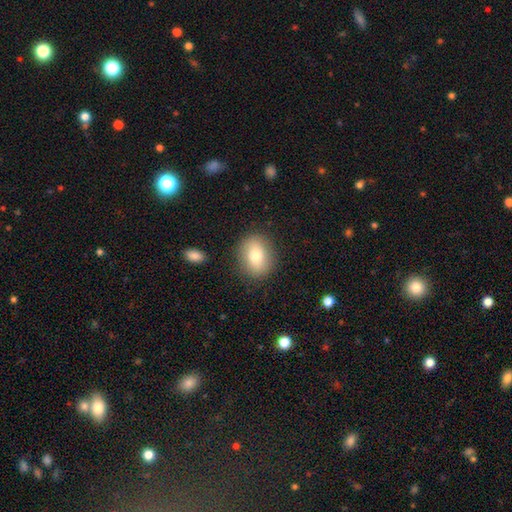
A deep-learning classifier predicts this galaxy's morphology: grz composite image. It shows a smooth galaxy with no disk features (74%) that is in between round and cigar-shaped (50%). Merging: none (85%).